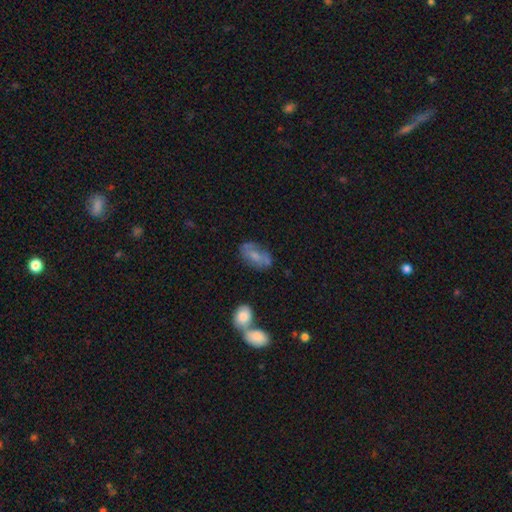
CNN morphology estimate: smooth-or-featured: smooth: 58% | featured or disk: 33% | star or artifact: 9%
  how-rounded: in between: 88% | round: 8% | cigar-shaped: 4%
  merging: none: 53% | minor disturbance: 24% | merger: 13% | major disturbance: 11%